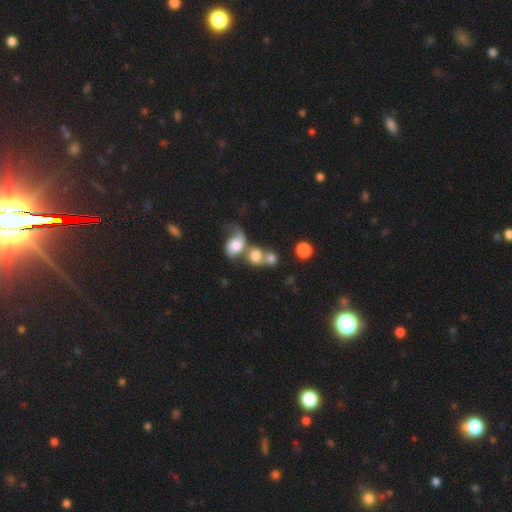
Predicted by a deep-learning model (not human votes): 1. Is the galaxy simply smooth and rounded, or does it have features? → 67% smooth, 22% featured or disk, 11% star or artifact.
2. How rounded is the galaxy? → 62% round, 36% in between, 2% cigar-shaped.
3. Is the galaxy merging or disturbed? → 65% merger, 18% none, 10% major disturbance, 7% minor disturbance.